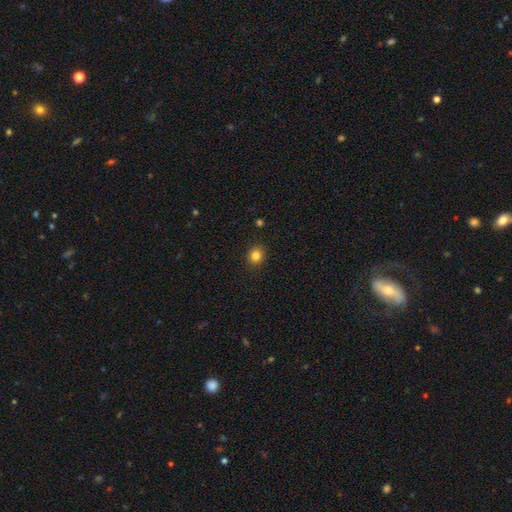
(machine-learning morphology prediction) Q: Smooth or featured?
A: smooth (83%); runner-up: star or artifact (12%)
Q: How rounded?
A: round (85%); runner-up: in between (14%)
Q: Merging?
A: none (91%); runner-up: minor disturbance (6%)